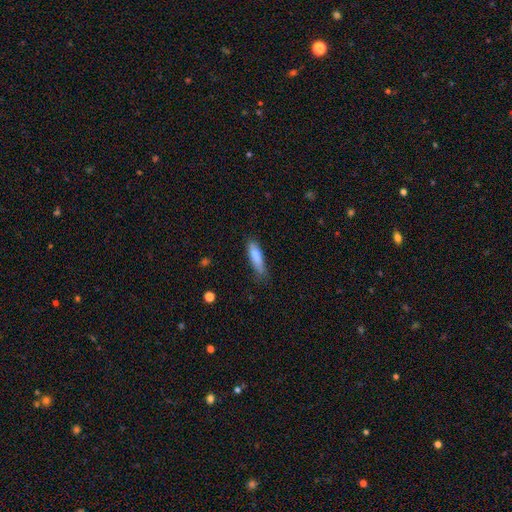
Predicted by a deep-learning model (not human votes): Q: Smooth or featured?
A: smooth (80%); runner-up: featured or disk (14%)
Q: How rounded?
A: cigar-shaped (60%); runner-up: in between (38%)
Q: Merging?
A: none (66%); runner-up: minor disturbance (27%)